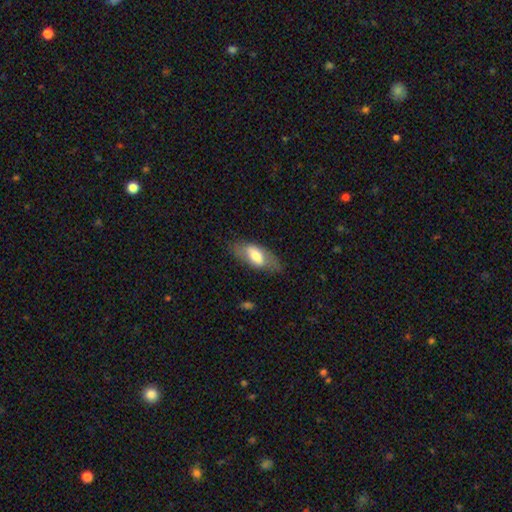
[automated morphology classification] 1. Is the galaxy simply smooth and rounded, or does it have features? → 57% smooth, 37% featured or disk, 6% star or artifact.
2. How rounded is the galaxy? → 82% in between, 14% cigar-shaped, 3% round.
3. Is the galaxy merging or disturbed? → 69% none, 21% minor disturbance, 9% major disturbance, 1% merger.